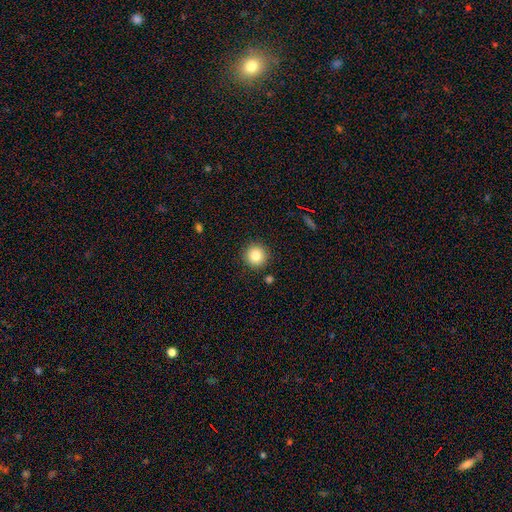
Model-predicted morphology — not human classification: A smooth galaxy with no disk features (84%) that is round (95%). Merging: none (90%).